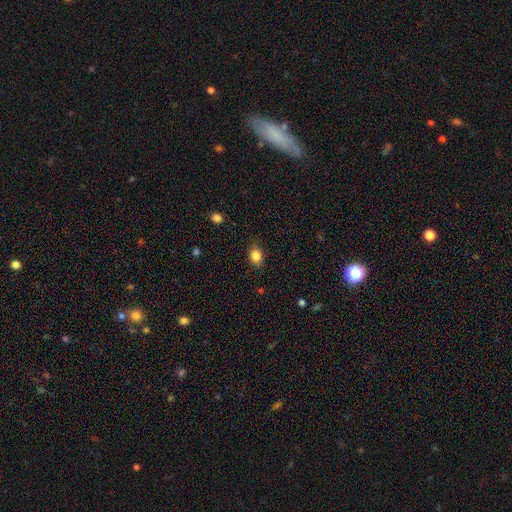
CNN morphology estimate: A smooth galaxy with no disk features (84%) that is in between round and cigar-shaped (65%).

Vote fractions:
- Smooth or featured? smooth: 84% / star or artifact: 10% / featured or disk: 6%
- How rounded? in between: 65% / round: 34% / cigar-shaped: 1%
- Merging? none: 83% / minor disturbance: 13% / major disturbance: 3% / merger: 1%